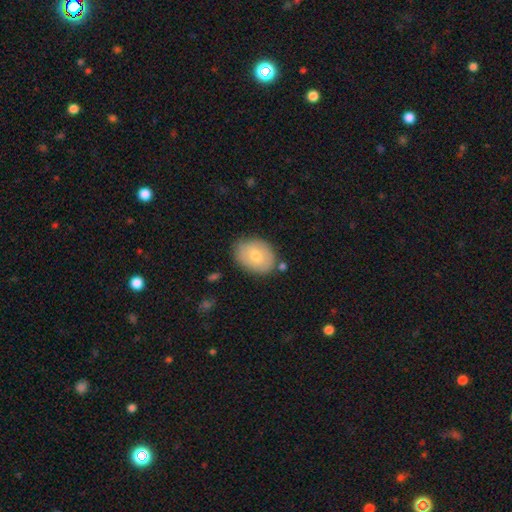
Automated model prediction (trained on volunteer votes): Q: Smooth or featured?
A: smooth (65%); runner-up: featured or disk (27%)
Q: How rounded?
A: in between (71%); runner-up: round (28%)
Q: Merging?
A: none (80%); runner-up: minor disturbance (14%)